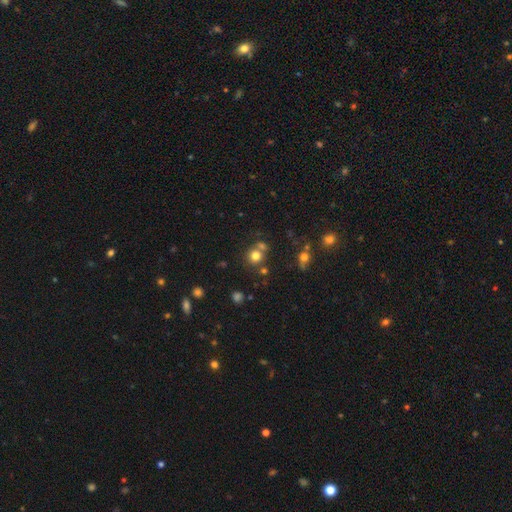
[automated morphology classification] Smooth or featured? smooth (77%)
How rounded? round (88%)
Merging? none (63%)